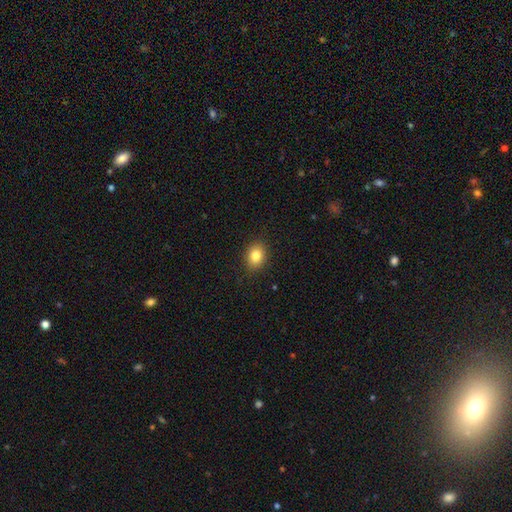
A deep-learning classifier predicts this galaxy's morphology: Overall: smooth (83%). How rounded: in between (53%; round 46%). Merging: none (89%).